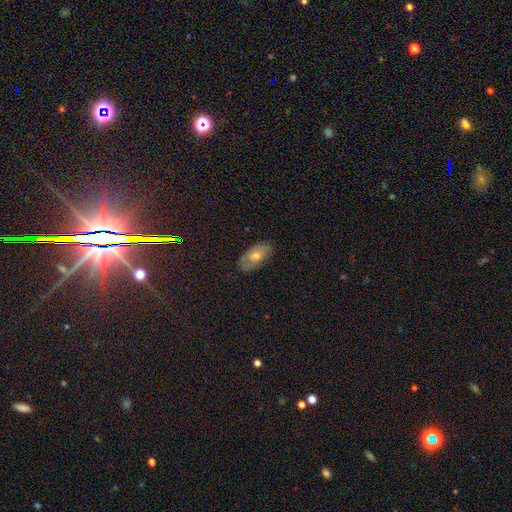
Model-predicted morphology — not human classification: Smooth or featured?
  - smooth: 52% *
  - featured or disk: 34%
  - star or artifact: 14%
How rounded?
  - in between: 91% *
  - cigar-shaped: 5%
  - round: 4%
Merging?
  - none: 82% *
  - minor disturbance: 14%
  - major disturbance: 3%
  - merger: 1%